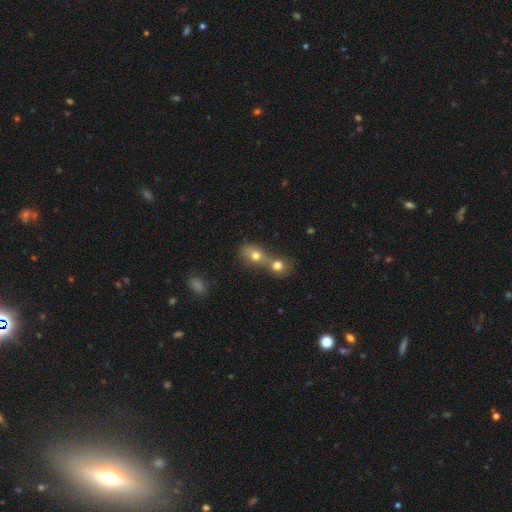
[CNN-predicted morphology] A smooth galaxy with no disk features (73%) that is round (49%, tied with in between).

Vote fractions:
- Smooth or featured? smooth: 73% / featured or disk: 16% / star or artifact: 11%
- How rounded? round: 49% (tied) / in between: 49% (tied) / cigar-shaped: 2%
- Merging? merger: 70% / none: 21% / minor disturbance: 6% / major disturbance: 4%